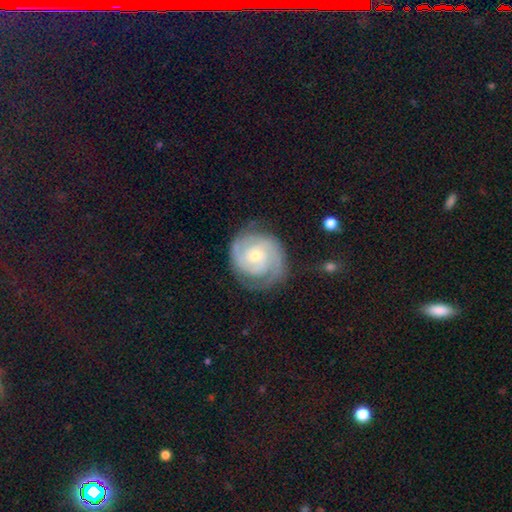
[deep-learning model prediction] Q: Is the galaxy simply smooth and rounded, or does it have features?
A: featured or disk — 87%.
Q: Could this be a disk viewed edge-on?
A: no — 98%.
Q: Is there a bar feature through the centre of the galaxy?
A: no — 67%.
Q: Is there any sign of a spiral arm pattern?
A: yes — 97%.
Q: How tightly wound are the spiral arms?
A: tight — 67%.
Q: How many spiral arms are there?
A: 2 — 63%.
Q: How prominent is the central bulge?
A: small — 57%.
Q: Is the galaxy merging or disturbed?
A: none — 79%.